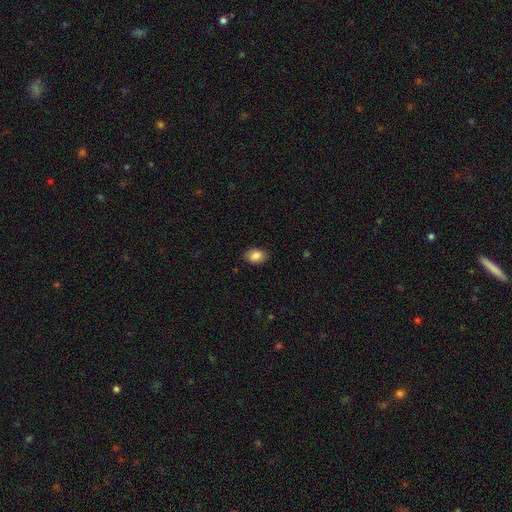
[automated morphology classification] Smooth or featured? Predicted: smooth (p=0.87). How rounded? Predicted: in between (p=0.79). Merging? Predicted: none (p=0.87).